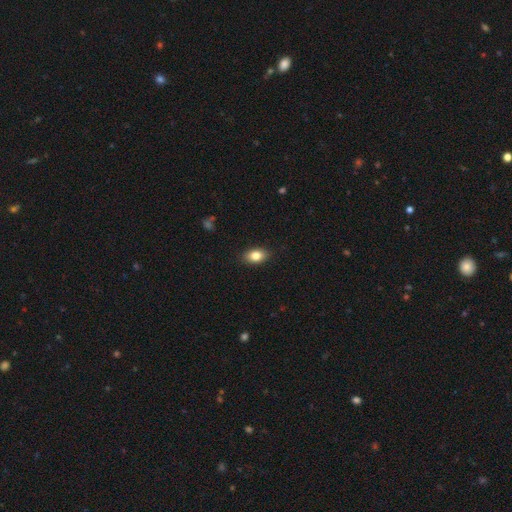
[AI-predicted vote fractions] A smooth galaxy with no disk features (83%) that is in between round and cigar-shaped (85%). Merging: none (88%).